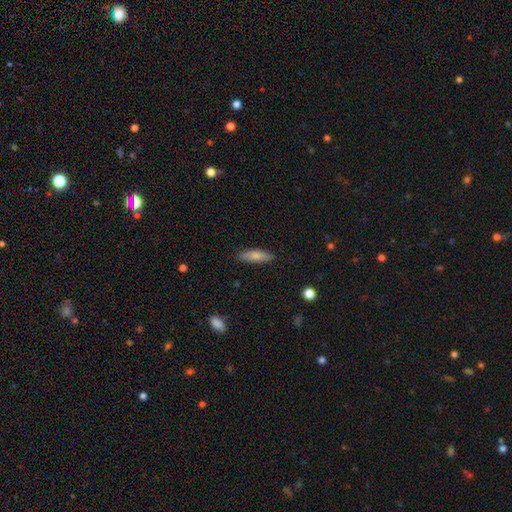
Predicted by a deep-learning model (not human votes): Morphology: type=smooth (78%); roundness=cigar-shaped (60%); merging=none (87%).